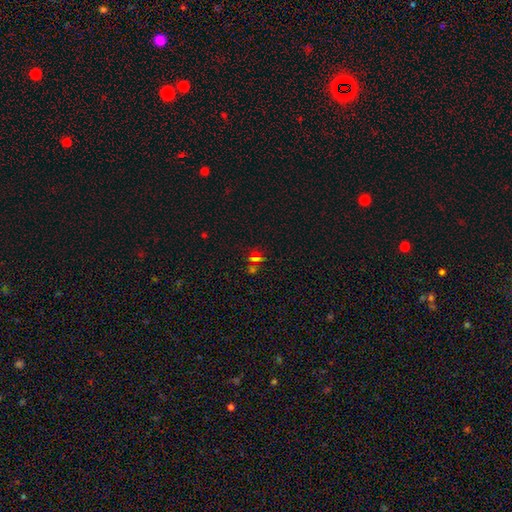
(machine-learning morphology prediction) smooth_or_featured: star or artifact (p=0.52) [alt: smooth p=0.37]